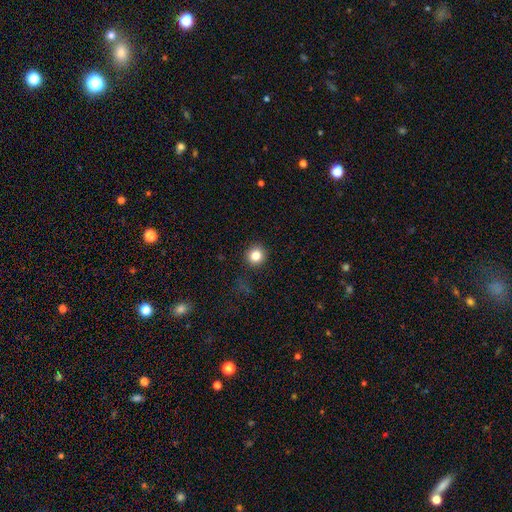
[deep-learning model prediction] smooth_or_featured: smooth (p=0.83) [alt: star or artifact p=0.11]
how_rounded: round (p=0.93) [alt: in between p=0.06]
merging: none (p=0.91) [alt: minor disturbance p=0.06]